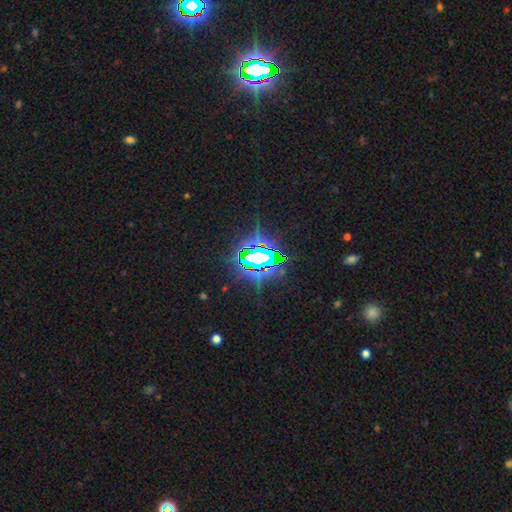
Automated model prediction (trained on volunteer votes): Smooth or featured?
  - star or artifact: 78% *
  - featured or disk: 12%
  - smooth: 10%